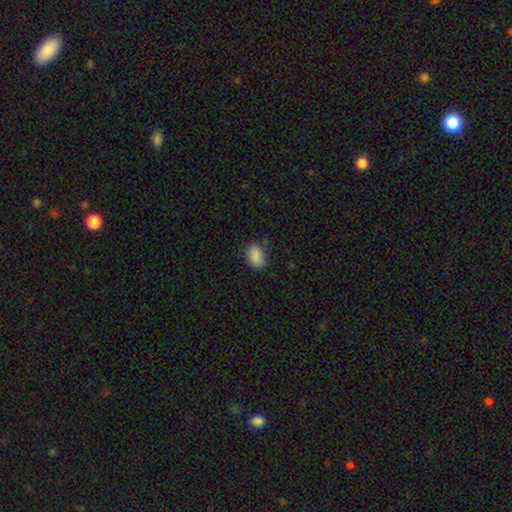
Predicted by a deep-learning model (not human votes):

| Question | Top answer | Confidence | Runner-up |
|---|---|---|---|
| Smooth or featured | smooth | 87% | star or artifact (8%) |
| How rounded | in between | 76% | round (23%) |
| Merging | none | 68% | minor disturbance (25%) |